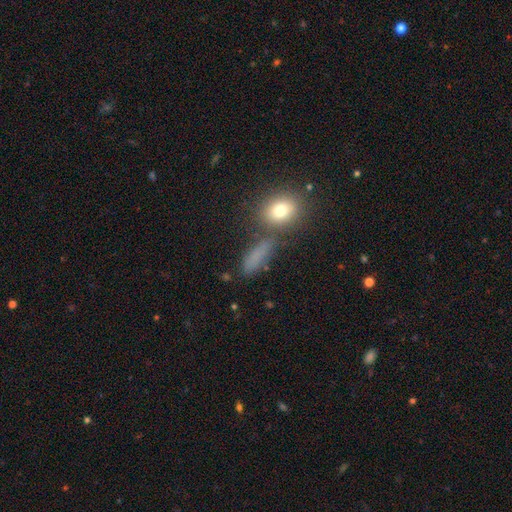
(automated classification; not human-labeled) Smooth or featured? smooth (70%)
How rounded? in between (47%)
Merging? none (65%)